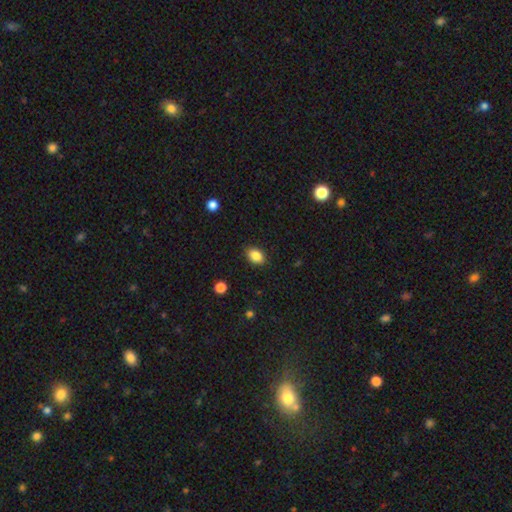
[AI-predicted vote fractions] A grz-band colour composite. It shows a smooth galaxy with no disk features (87%) that is in between round and cigar-shaped (82%). Merging: none (87%).